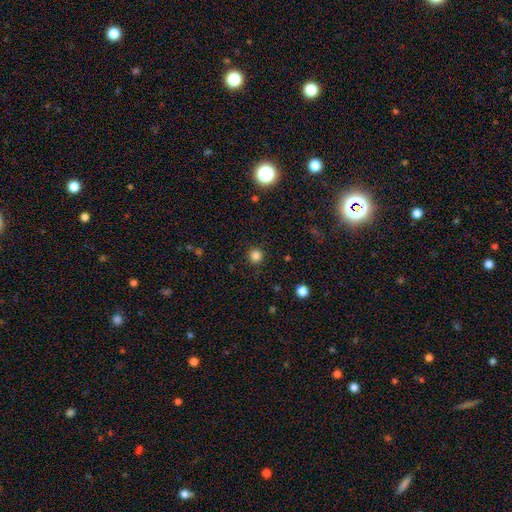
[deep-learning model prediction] Smooth or featured?
  - smooth: 84% *
  - star or artifact: 13%
  - featured or disk: 3%
How rounded?
  - round: 95% *
  - in between: 4%
  - cigar-shaped: 1%
Merging?
  - none: 91% *
  - minor disturbance: 6%
  - major disturbance: 2%
  - merger: 1%